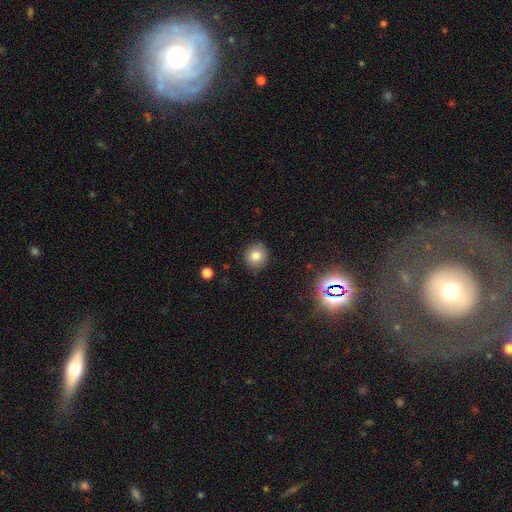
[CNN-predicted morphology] Smooth or featured? smooth (80%)
How rounded? round (88%)
Merging? none (88%)